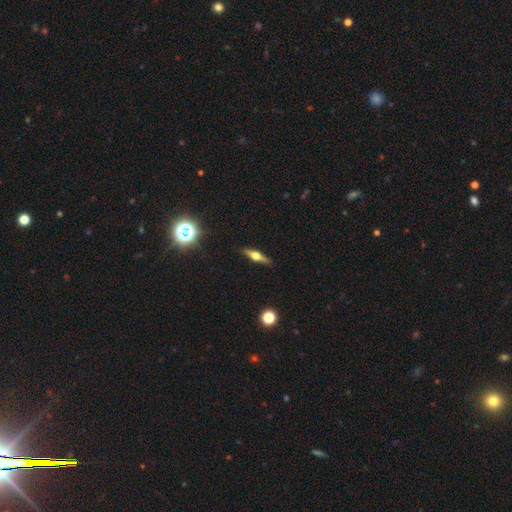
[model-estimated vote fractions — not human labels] This appears to be a featured or disk galaxy (65%) viewed edge-on (96%) with a rounded central bulge (94%). Merging: none (89%).